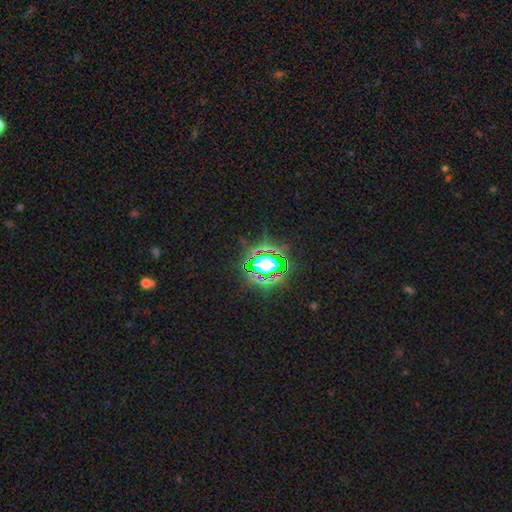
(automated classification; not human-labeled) A star or artifact, not a galaxy (68%).

Vote fractions:
- Smooth or featured? star or artifact: 68% / smooth: 19% / featured or disk: 12%